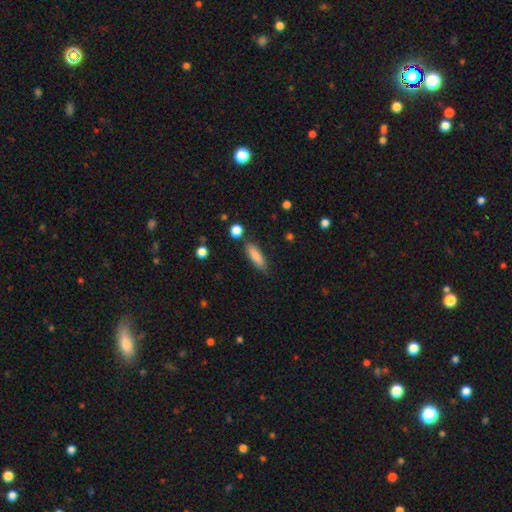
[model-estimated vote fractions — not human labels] Smooth or featured?
  - smooth: 83% *
  - featured or disk: 10%
  - star or artifact: 7%
How rounded?
  - cigar-shaped: 53% *
  - in between: 45%
  - round: 2%
Merging?
  - none: 77% *
  - minor disturbance: 15%
  - merger: 4%
  - major disturbance: 3%